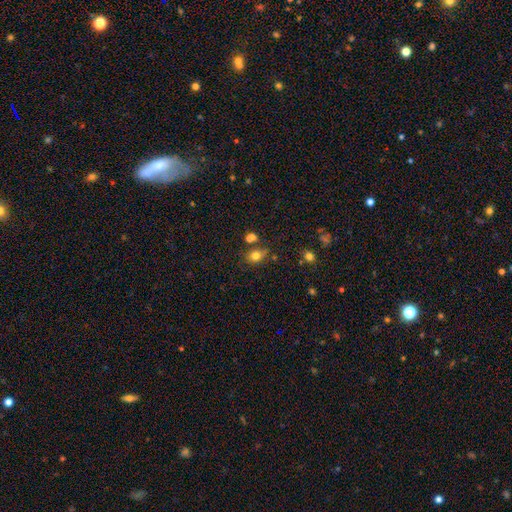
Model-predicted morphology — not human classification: type=smooth (78%); roundness=in between (54%); merging=none (59%).